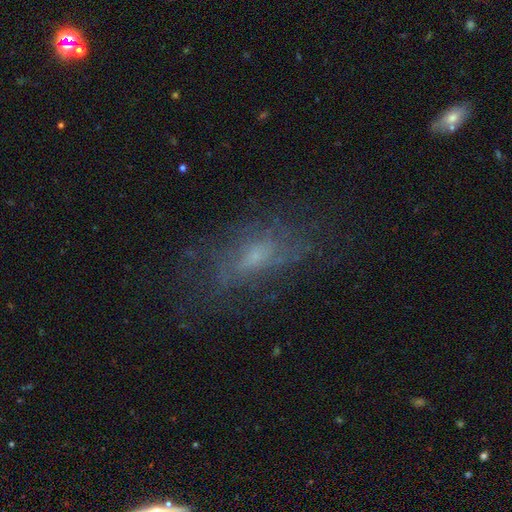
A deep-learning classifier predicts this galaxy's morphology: The model was most divided on "smooth or featured": featured or disk: 50%, smooth: 35%, star or artifact: 15%. More confident: edge-on disk — no (86%); merging — none (60%).